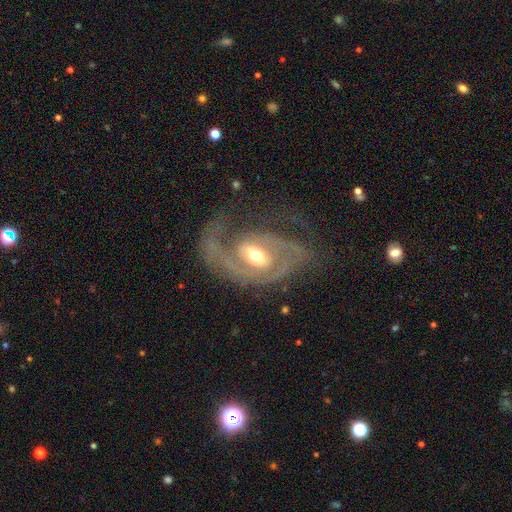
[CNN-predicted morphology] This is clearly a featured or disk galaxy (87%). It is clearly not viewed edge-on (96%). Bar: marginally weak (44%). Spiral arm pattern: clearly yes (92%). Spiral arm count: possibly 2 (57%). Spiral winding: marginally medium (45%). Central bulge: likely moderate (64%). Merging: possibly none (51%).